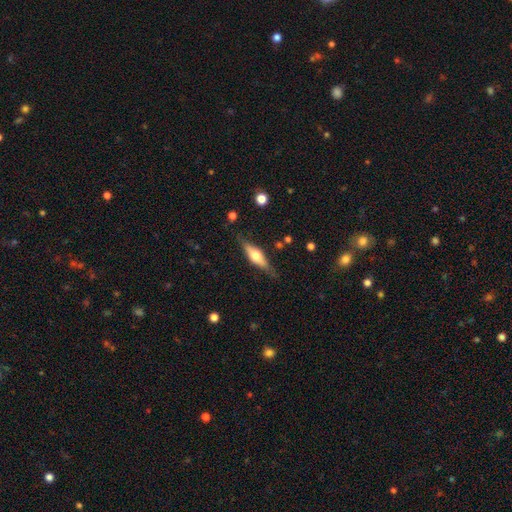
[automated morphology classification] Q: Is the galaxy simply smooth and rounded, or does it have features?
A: featured or disk — 53%.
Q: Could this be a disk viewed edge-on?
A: yes — 91%.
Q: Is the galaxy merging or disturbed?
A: none — 79%.